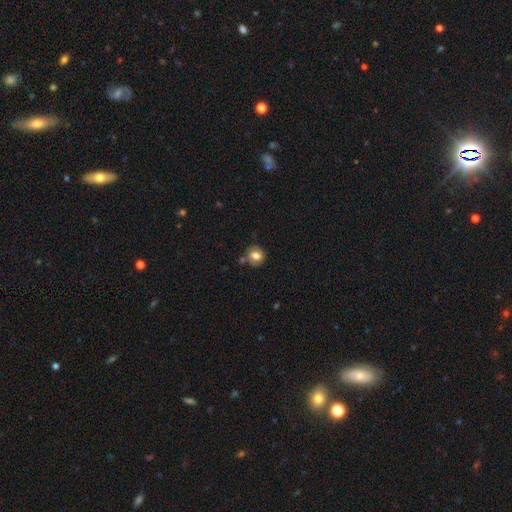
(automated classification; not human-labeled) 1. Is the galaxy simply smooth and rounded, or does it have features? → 67% smooth, 24% featured or disk, 9% star or artifact.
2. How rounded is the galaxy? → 75% round, 24% in between, 1% cigar-shaped.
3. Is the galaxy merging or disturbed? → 73% none, 15% minor disturbance, 8% merger, 4% major disturbance.